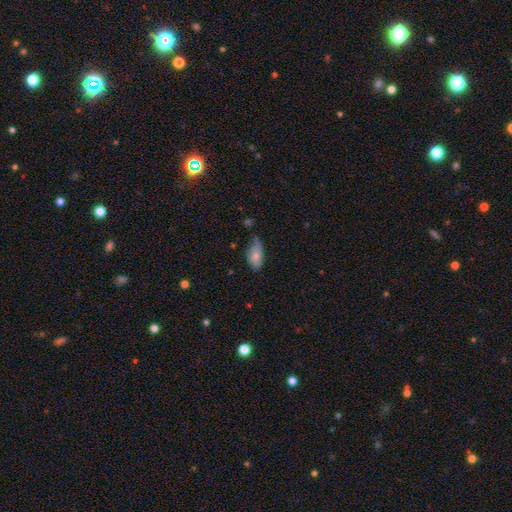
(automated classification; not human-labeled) Overall: smooth (71%). How rounded: in between (90%). Merging: minor disturbance (42%, tied with none).